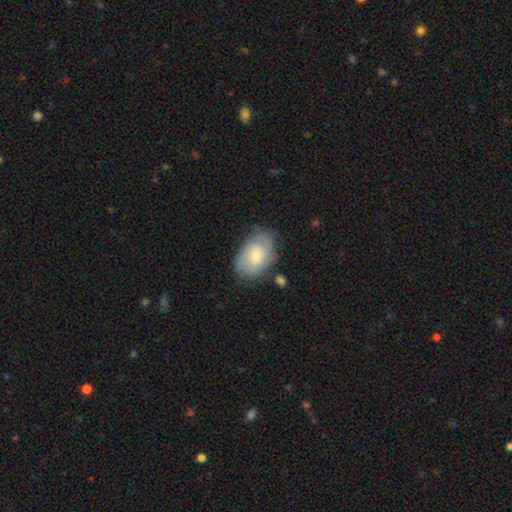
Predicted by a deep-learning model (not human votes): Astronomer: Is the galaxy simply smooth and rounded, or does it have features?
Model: smooth — 63%.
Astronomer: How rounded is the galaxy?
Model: in between — 88%.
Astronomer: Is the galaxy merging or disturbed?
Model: none — 66%.